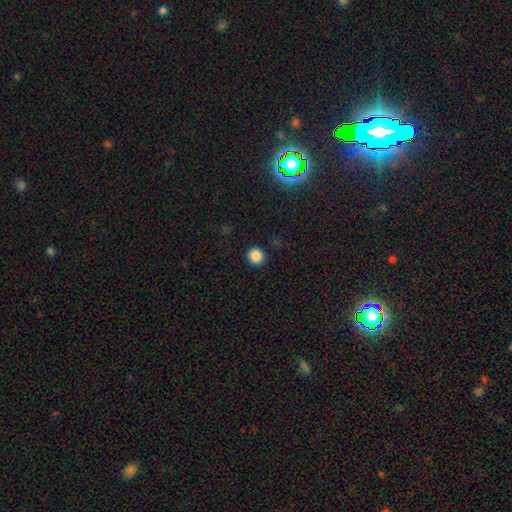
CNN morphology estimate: A smooth galaxy with no disk features (86%) that is round (88%).

Vote fractions:
- Smooth or featured? smooth: 86% / star or artifact: 11% / featured or disk: 3%
- How rounded? round: 88% / in between: 11% / cigar-shaped: 1%
- Merging? none: 92% / minor disturbance: 5% / major disturbance: 2% / merger: 1%